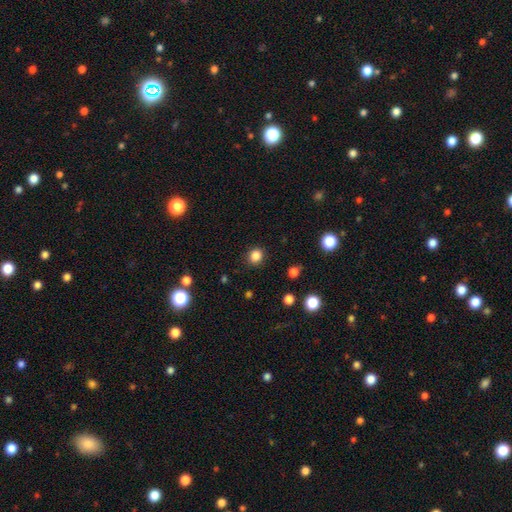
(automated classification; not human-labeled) smooth-or-featured: smooth: 84% | star or artifact: 12% | featured or disk: 3%
  how-rounded: round: 83% | in between: 16% | cigar-shaped: 1%
  merging: none: 89% | minor disturbance: 7% | major disturbance: 3% | merger: 1%